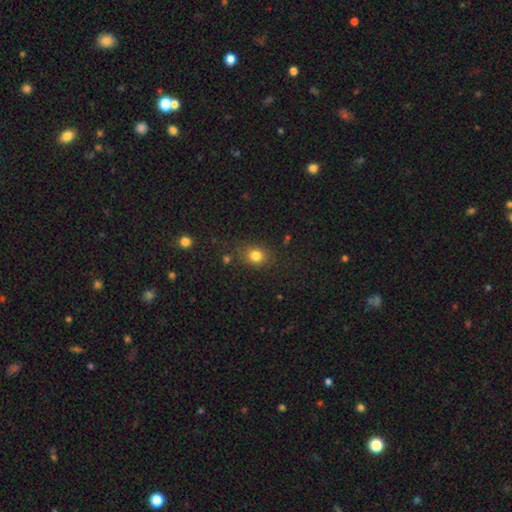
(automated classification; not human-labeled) A smooth galaxy with no disk features (81%) that is round (62%). Merging: none (79%).